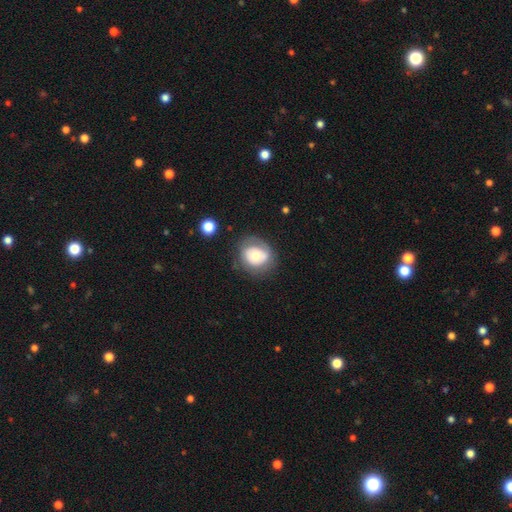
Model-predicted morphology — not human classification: The model was most divided on "smooth or featured": smooth: 52%, featured or disk: 40%, star or artifact: 8%. More confident: how rounded — round (76%); merging — none (71%).